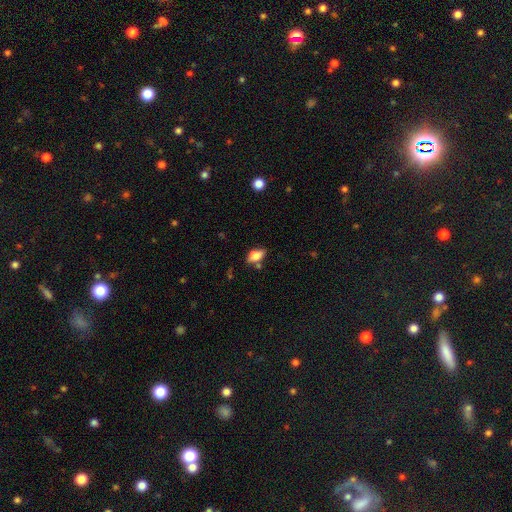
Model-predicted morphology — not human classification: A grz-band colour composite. It shows a smooth galaxy with no disk features (78%) that is in between round and cigar-shaped (88%). Merging: none (65%).